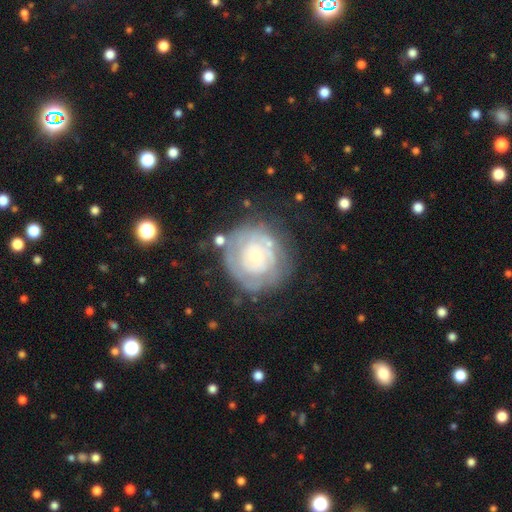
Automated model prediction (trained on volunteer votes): Smooth or featured: featured or disk — 72% (smooth — 22%)
Edge-on disk: no — 97% (yes — 3%)
Bar: no — 82% (weak — 15%)
Spiral arms: yes — 71% (no — 29%)
Bulge size: small — 54% (moderate — 37%)
Merging: none — 69% (minor disturbance — 18%)